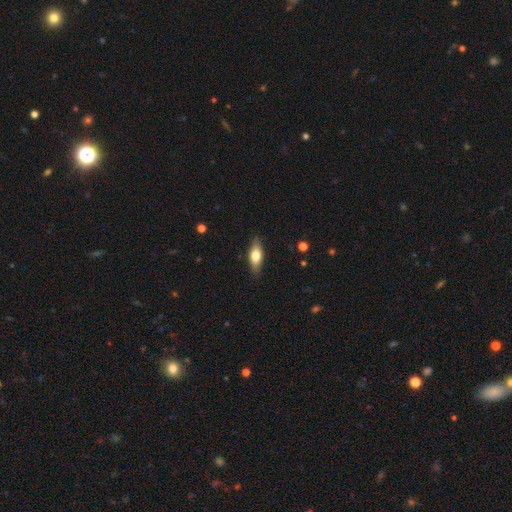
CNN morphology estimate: type=smooth (67%); roundness=in between (74%); merging=none (84%).